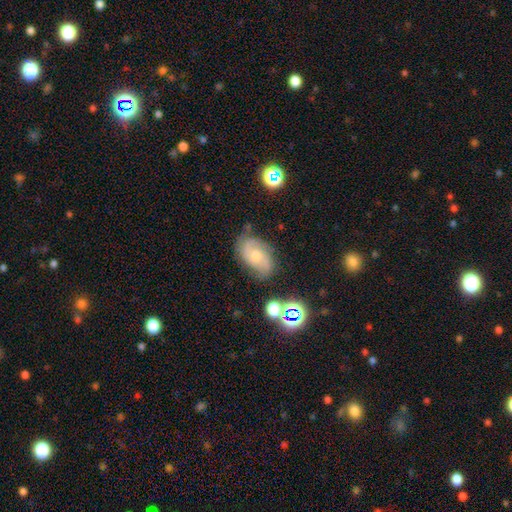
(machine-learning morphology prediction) smooth_or_featured: featured or disk (p=0.69) [alt: smooth p=0.21]
disk_edge_on: no (p=0.96) [alt: yes p=0.04]
bar: no (p=0.58) [alt: weak p=0.36]
has_spiral_arms: yes (p=0.93) [alt: no p=0.07]
spiral_winding: medium (p=0.48) [alt: tight p=0.31]
spiral_arm_count: 2 (p=0.72) [alt: can't tell p=0.14]
bulge_size: moderate (p=0.48) [alt: small p=0.44]
merging: none (p=0.66) [alt: minor disturbance p=0.23]